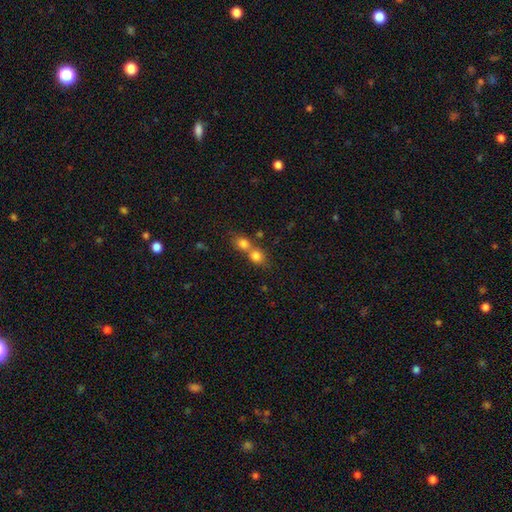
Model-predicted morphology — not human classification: type=smooth (78%); roundness=round (69%); merging=merger (64%).